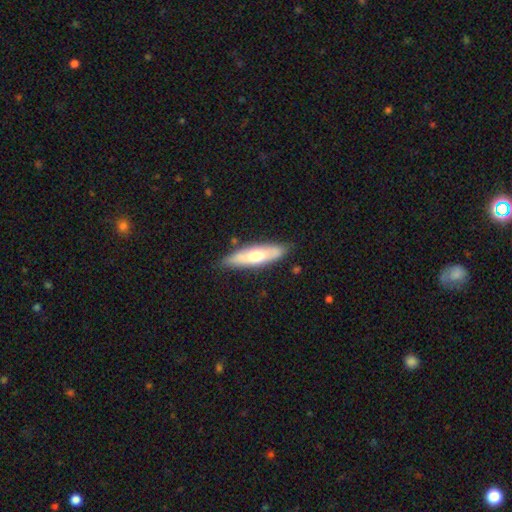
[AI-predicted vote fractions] Smooth or featured: smooth — 55% (featured or disk — 40%)
How rounded: cigar-shaped — 63% (in between — 36%)
Merging: none — 82% (minor disturbance — 13%)